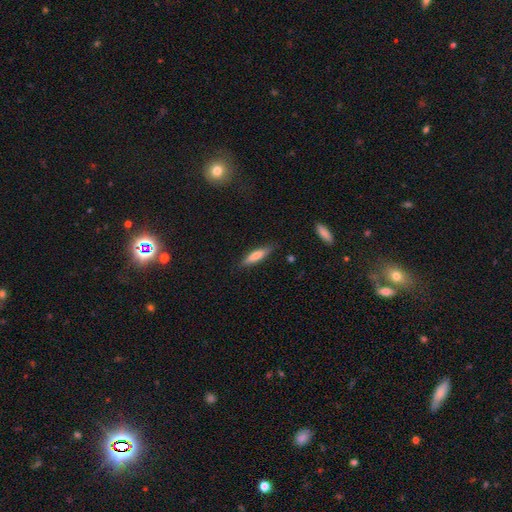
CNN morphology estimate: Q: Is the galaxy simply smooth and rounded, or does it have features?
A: smooth — 73%.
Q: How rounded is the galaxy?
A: cigar-shaped — 74%.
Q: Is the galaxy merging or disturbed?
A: none — 84%.